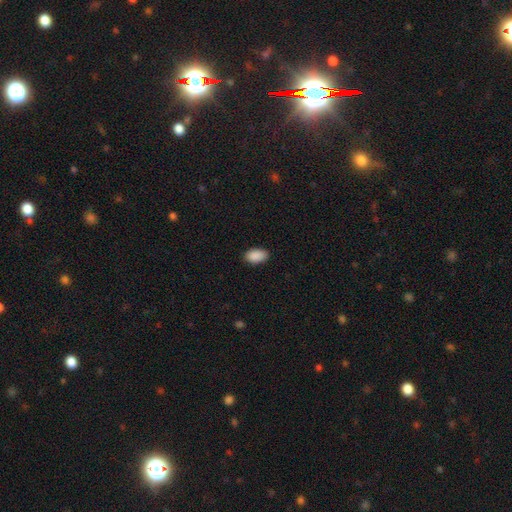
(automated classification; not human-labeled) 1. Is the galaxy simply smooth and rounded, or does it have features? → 91% smooth, 7% star or artifact, 2% featured or disk.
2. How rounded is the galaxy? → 93% in between, 6% round, 1% cigar-shaped.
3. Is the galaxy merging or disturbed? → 88% none, 9% minor disturbance, 2% major disturbance, 1% merger.